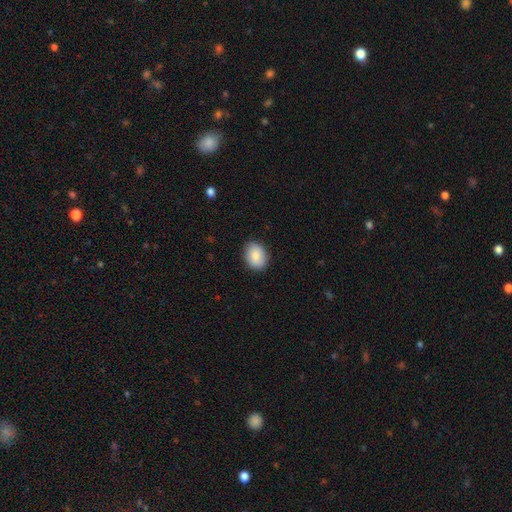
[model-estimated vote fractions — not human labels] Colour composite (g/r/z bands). It shows a smooth galaxy with no disk features (85%) that is in between round and cigar-shaped (65%). Merging: none (87%).